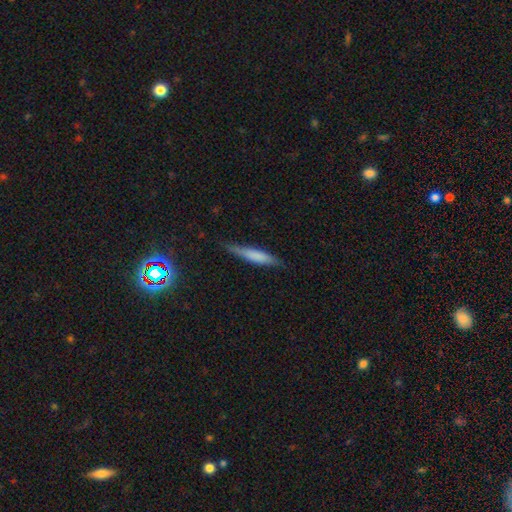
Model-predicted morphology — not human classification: smooth-or-featured: smooth: 65% | featured or disk: 28% | star or artifact: 7%
  how-rounded: cigar-shaped: 89% | in between: 9% | round: 1%
  merging: none: 78% | minor disturbance: 17% | major disturbance: 3% | merger: 2%